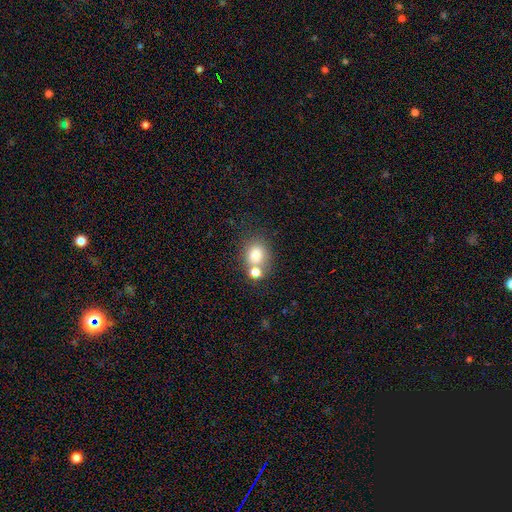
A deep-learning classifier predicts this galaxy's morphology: smooth-or-featured: smooth: 76% | star or artifact: 12% | featured or disk: 12%
  how-rounded: round: 69% | in between: 31% | cigar-shaped: 1%
  merging: none: 51% | merger: 35% | minor disturbance: 9% | major disturbance: 4%